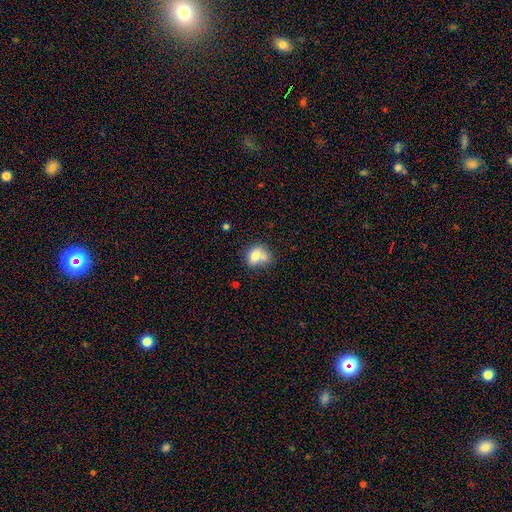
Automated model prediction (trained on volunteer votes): smooth-or-featured: smooth: 73% | featured or disk: 17% | star or artifact: 10%
  how-rounded: round: 50% | in between: 49% | cigar-shaped: 1%
  merging: none: 38% | merger: 35% | minor disturbance: 20% | major disturbance: 8%